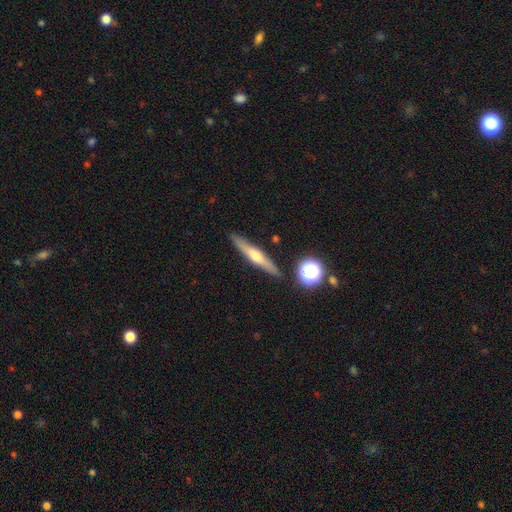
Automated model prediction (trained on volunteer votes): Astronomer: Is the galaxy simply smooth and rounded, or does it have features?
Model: featured or disk — 61%.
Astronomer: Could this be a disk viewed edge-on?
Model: yes — 96%.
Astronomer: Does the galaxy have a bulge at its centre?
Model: rounded — 88%.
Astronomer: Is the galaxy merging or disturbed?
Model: none — 89%.